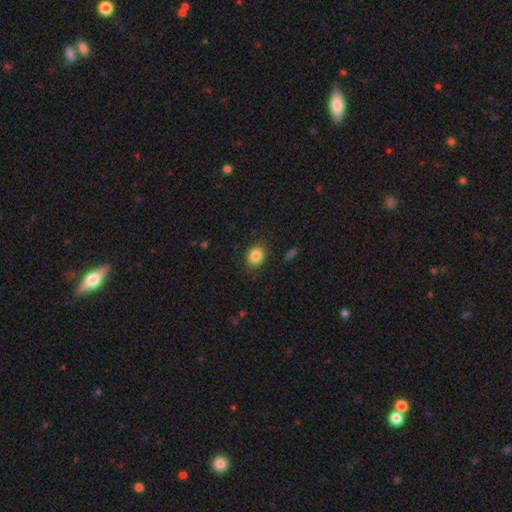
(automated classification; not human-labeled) The model was most divided on "how rounded": round: 50%, in between: 49%, cigar-shaped: 1%. More confident: smooth or featured — smooth (85%); merging — none (84%).